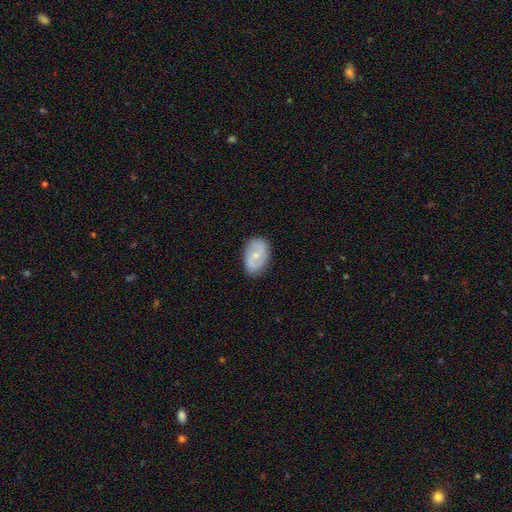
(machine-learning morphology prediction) Smooth or featured?
  - featured or disk: 48% *
  - smooth: 46%
  - star or artifact: 7%
Merging?
  - none: 83% *
  - minor disturbance: 13%
  - major disturbance: 3%
  - merger: 1%